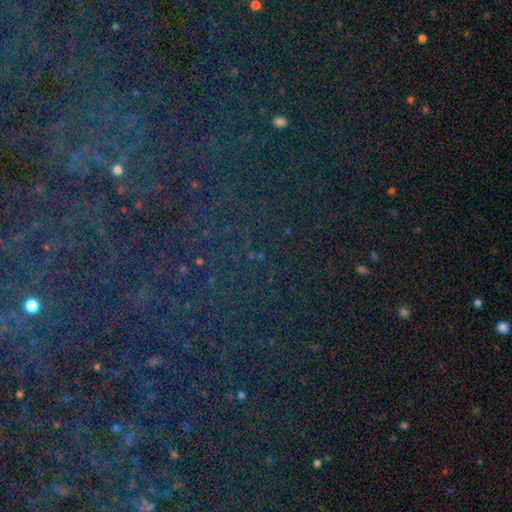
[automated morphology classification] smooth-or-featured: star or artifact: 81% | smooth: 11% | featured or disk: 8%